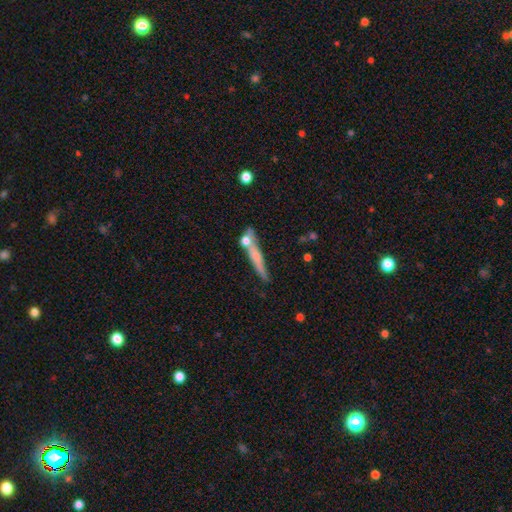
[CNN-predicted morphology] A smooth galaxy with no disk features (50%) that is cigar-shaped (91%).

Vote fractions:
- Smooth or featured? smooth: 50% / featured or disk: 42% / star or artifact: 8%
- How rounded? cigar-shaped: 91% / in between: 7% / round: 3%
- Merging? none: 59% / merger: 18% / minor disturbance: 16% / major disturbance: 6%